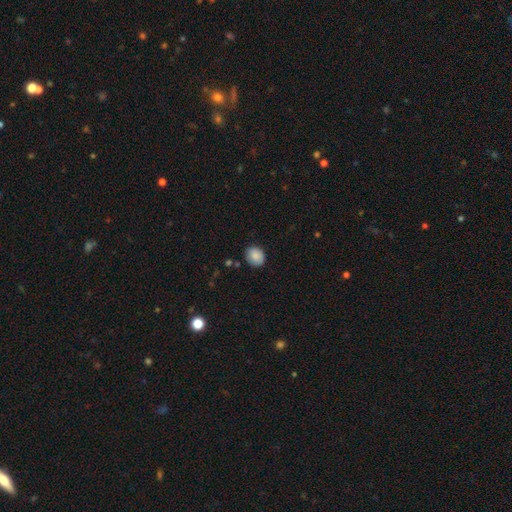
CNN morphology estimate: type=smooth (87%); roundness=round (58%); merging=none (82%).